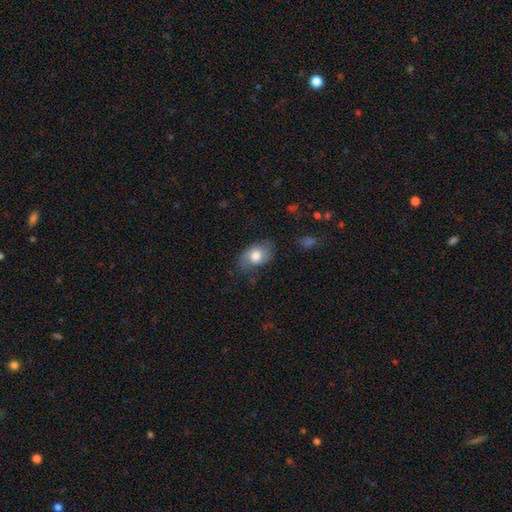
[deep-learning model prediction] This appears to be a smooth galaxy with no disk features (69%) that is in between round and cigar-shaped (81%). Merging: none (64%).